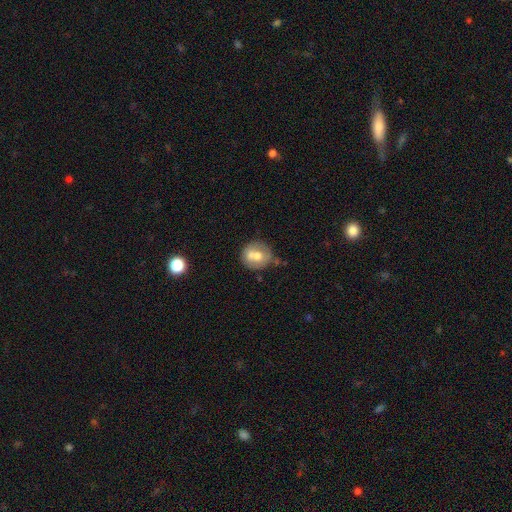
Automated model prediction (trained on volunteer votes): This appears to be a smooth galaxy with no disk features (58%) that is round (79%). Merging: none (50%).